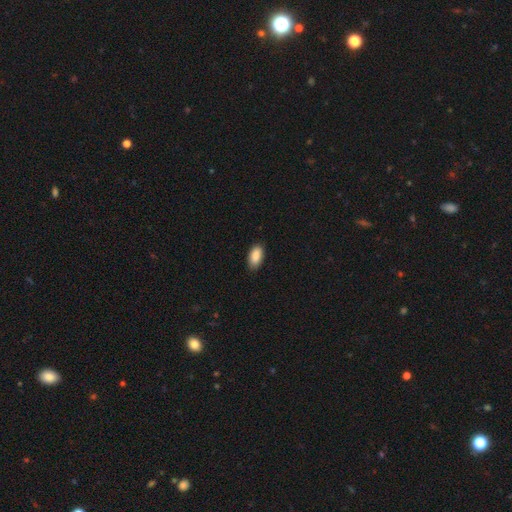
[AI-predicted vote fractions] smooth 89%, star or artifact 7%, featured or disk 4%. Down the decision tree: how rounded — in between (94%); merging — none (87%).